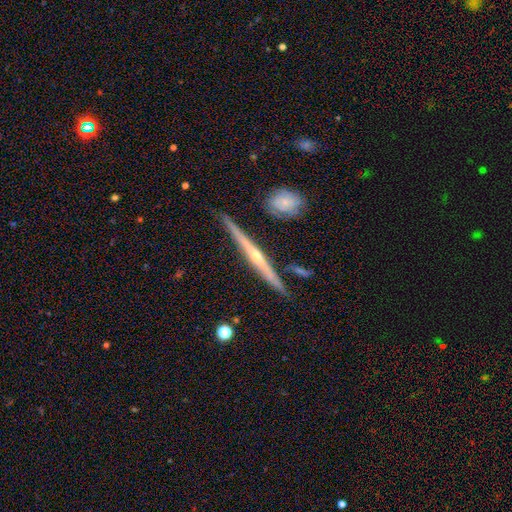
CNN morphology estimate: A featured or disk galaxy (82%) viewed edge-on (98%) with a rounded central bulge (81%).

Vote fractions:
- Smooth or featured? featured or disk: 82% / smooth: 12% / star or artifact: 7%
- Edge-on disk? yes: 98% / no: 2%
- Edge-on bulge? rounded: 81% / none: 14% / boxy: 5%
- Merging? none: 87% / minor disturbance: 8% / merger: 3% / major disturbance: 2%